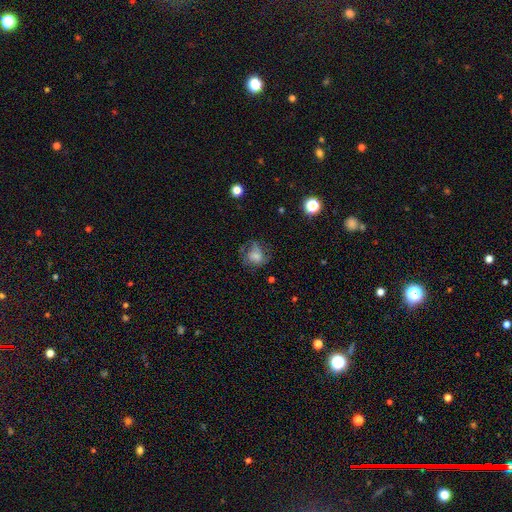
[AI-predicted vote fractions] Smooth or featured? Predicted: smooth (p=0.49). Merging? Predicted: none (p=0.51).